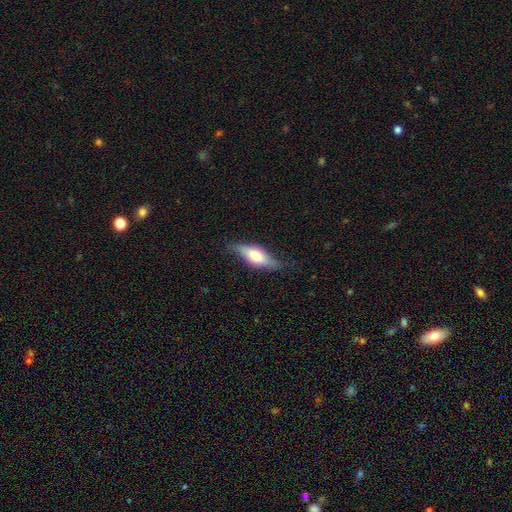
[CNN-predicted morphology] This appears to be a smooth galaxy with no disk features (52%) that is in between round and cigar-shaped (66%). Merging: none (72%).